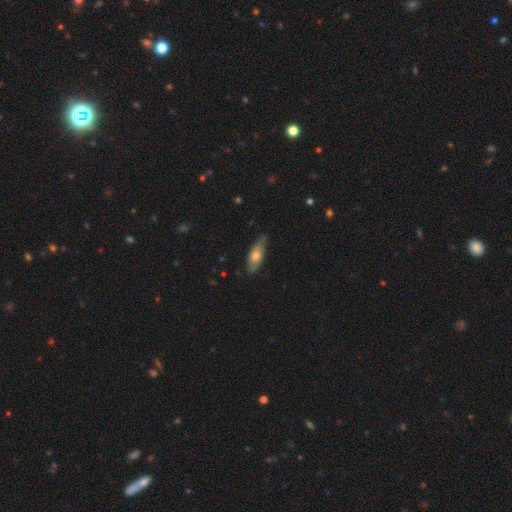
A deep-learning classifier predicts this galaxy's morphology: A smooth galaxy with no disk features (60%) that is in between round and cigar-shaped (64%). Merging: none (75%).